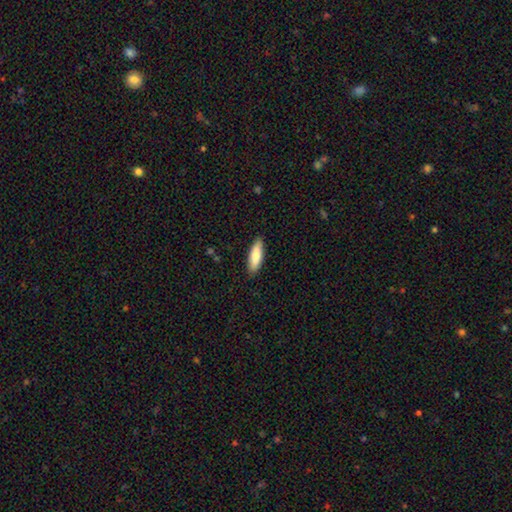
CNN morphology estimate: A smooth galaxy with no disk features (81%) that is in between round and cigar-shaped (51%). Merging: none (88%).